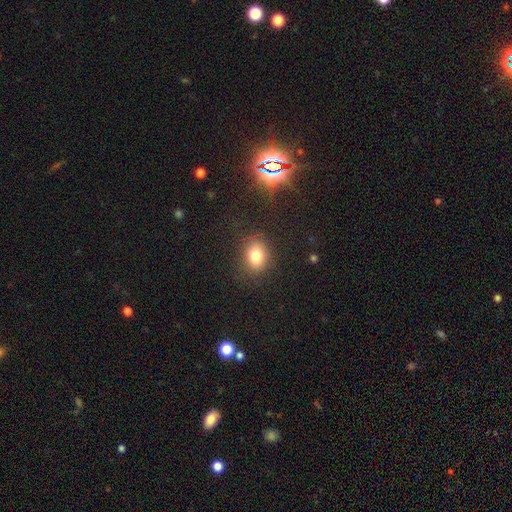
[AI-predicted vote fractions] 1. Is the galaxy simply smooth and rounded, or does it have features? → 79% smooth, 13% star or artifact, 8% featured or disk.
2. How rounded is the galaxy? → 53% in between, 46% round, 1% cigar-shaped.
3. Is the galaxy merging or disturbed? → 83% none, 11% minor disturbance, 4% major disturbance, 1% merger.